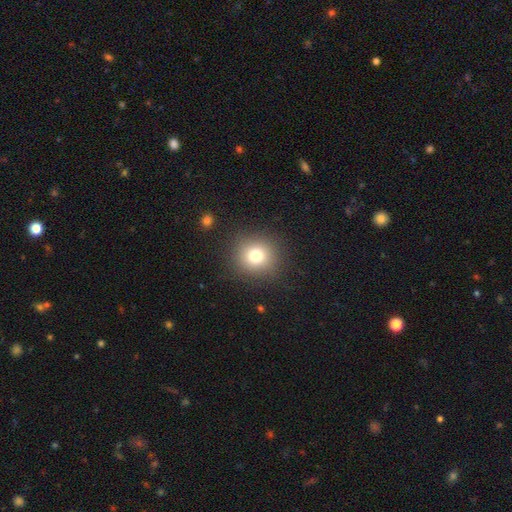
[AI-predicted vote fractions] smooth_or_featured: smooth (p=0.76) [alt: star or artifact p=0.14]
how_rounded: round (p=0.92) [alt: in between p=0.07]
merging: none (p=0.89) [alt: minor disturbance p=0.07]